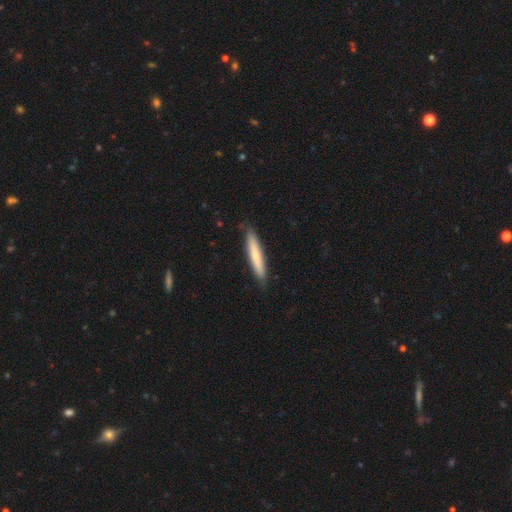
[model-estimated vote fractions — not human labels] This appears to be a smooth galaxy with no disk features (69%) that is cigar-shaped (93%). Merging: none (87%).